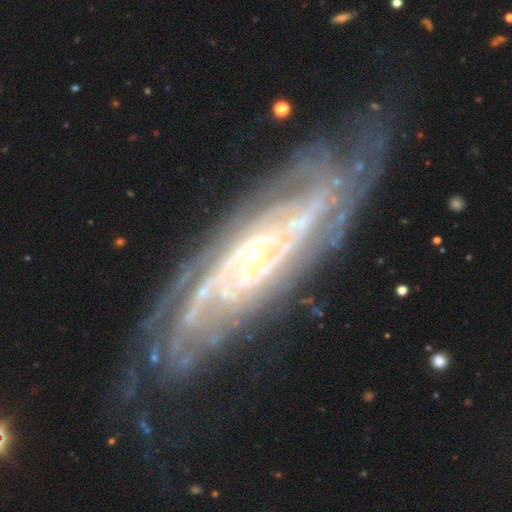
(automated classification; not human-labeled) Smooth or featured: featured or disk — 89% (star or artifact — 6%)
Edge-on disk: no — 84% (yes — 16%)
Bar: no — 63% (weak — 24%)
Spiral arms: yes — 97% (no — 3%)
Spiral winding: tight — 72% (medium — 23%)
Spiral arm count: can't tell — 32% (2 — 22%)
Bulge size: small — 76% (moderate — 19%)
Merging: none — 75% (minor disturbance — 16%)